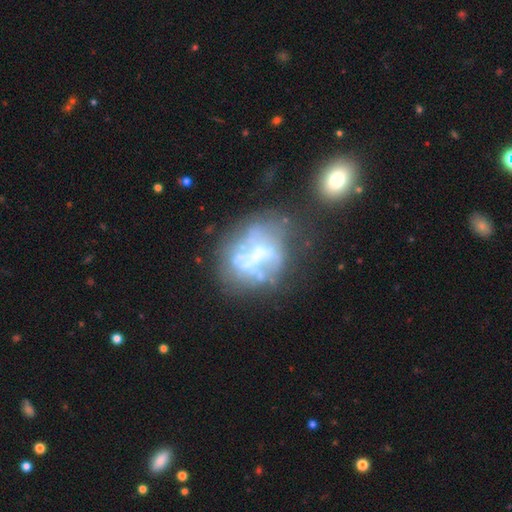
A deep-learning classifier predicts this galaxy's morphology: This is likely a featured or disk galaxy (65%). It is clearly not viewed edge-on (97%). Bar: likely no (76%). Spiral arm pattern: clearly no (88%). Central bulge: possibly none (49%). Merging: marginally none (33%).